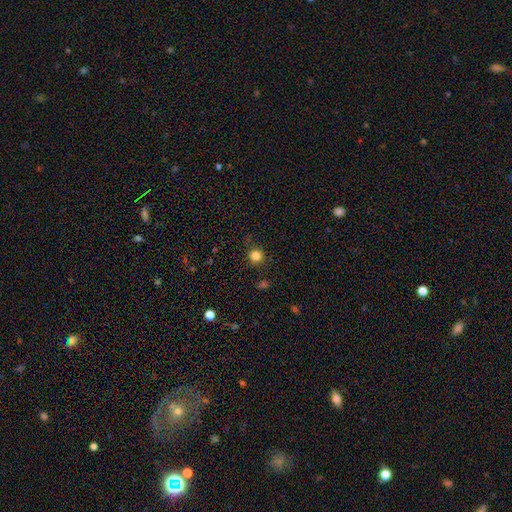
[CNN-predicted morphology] type=smooth (82%); roundness=round (93%); merging=none (84%).